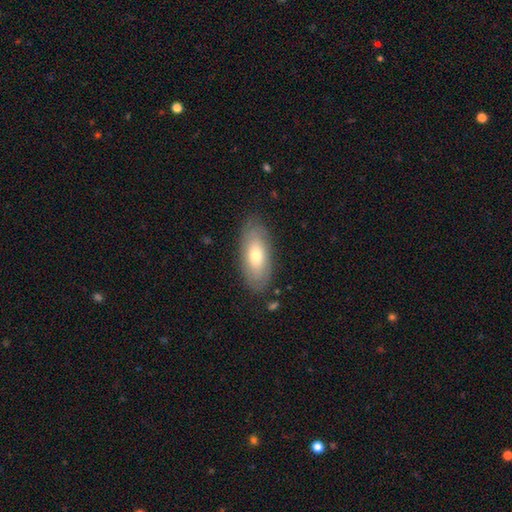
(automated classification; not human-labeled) Smooth or featured: smooth — 66% (featured or disk — 28%)
How rounded: in between — 85% (cigar-shaped — 12%)
Merging: none — 83% (minor disturbance — 13%)